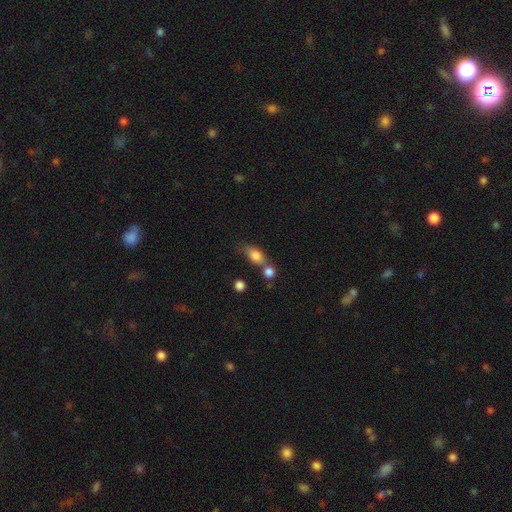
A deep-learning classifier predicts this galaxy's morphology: Overall: smooth (81%). How rounded: in between (71%). Merging: merger (41%; none 39%).